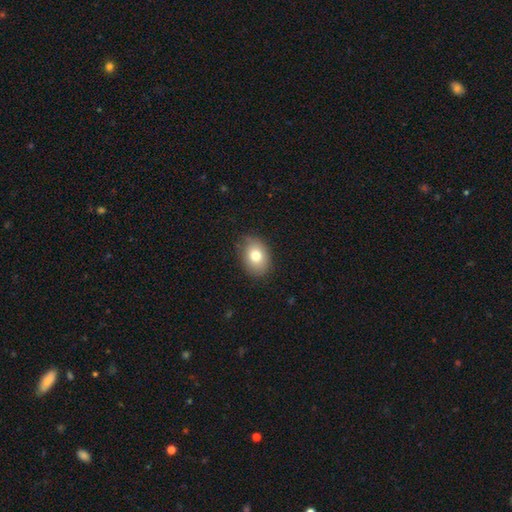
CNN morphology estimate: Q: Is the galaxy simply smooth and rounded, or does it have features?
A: smooth — 78%.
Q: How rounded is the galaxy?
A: in between — 75%.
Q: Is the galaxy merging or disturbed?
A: none — 82%.